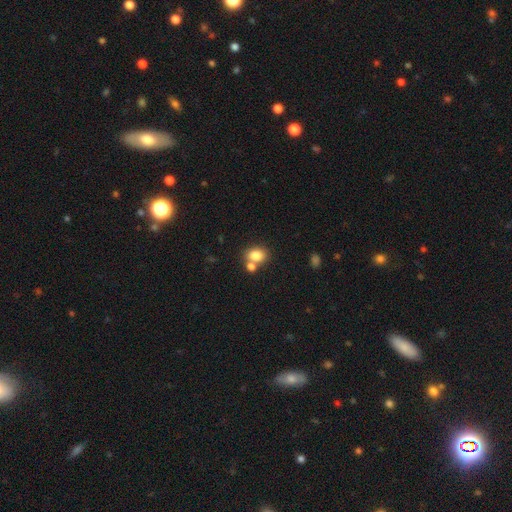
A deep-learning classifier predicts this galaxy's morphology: type=smooth (81%); roundness=in between (57%); merging=none (52%).